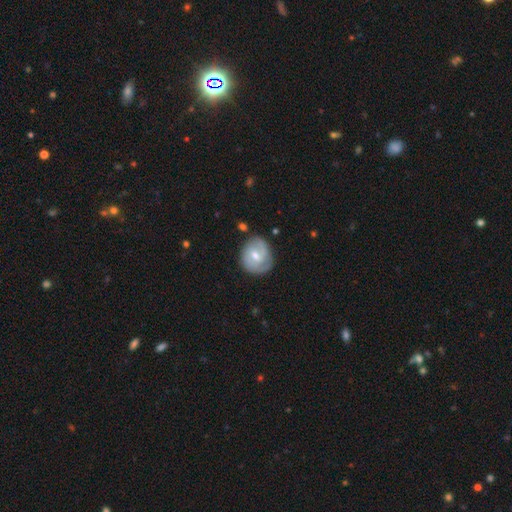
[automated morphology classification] type=featured or disk (63%); edge-on=no (97%); bar=weak (54%); spiral arms=yes (84%); winding=tight (49%); arm count=2 (60%); bulge=moderate (59%); merging=none (73%).